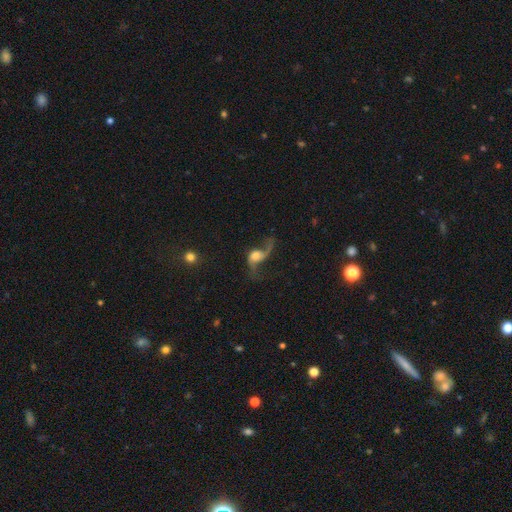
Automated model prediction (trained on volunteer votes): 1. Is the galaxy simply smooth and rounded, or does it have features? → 71% featured or disk, 20% smooth, 9% star or artifact.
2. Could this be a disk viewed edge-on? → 95% no, 5% yes.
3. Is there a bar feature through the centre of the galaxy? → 68% no, 25% weak, 7% strong.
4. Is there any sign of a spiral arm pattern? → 89% yes, 11% no.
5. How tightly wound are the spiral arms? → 86% loose, 12% medium, 2% tight.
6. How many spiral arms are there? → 74% 2, 19% 1, 3% can't tell, 2% 3, 1% 4, 1% more than 4.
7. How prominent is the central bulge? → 43% moderate, 26% large, 19% small, 6% none, 6% dominant.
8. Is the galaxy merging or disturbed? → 41% major disturbance, 37% none, 16% minor disturbance, 6% merger.